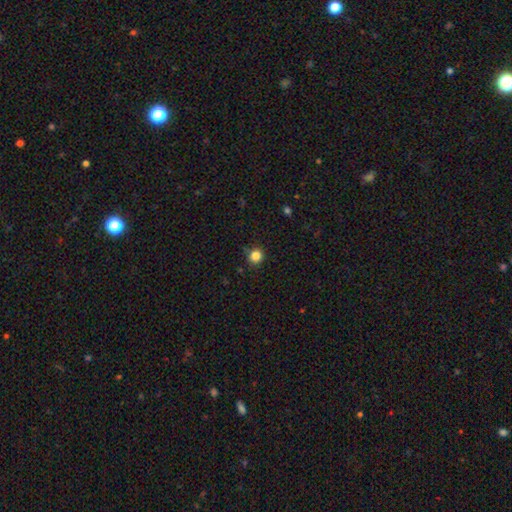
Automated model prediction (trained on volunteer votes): Overall: smooth (83%). How rounded: round (92%). Merging: none (86%).